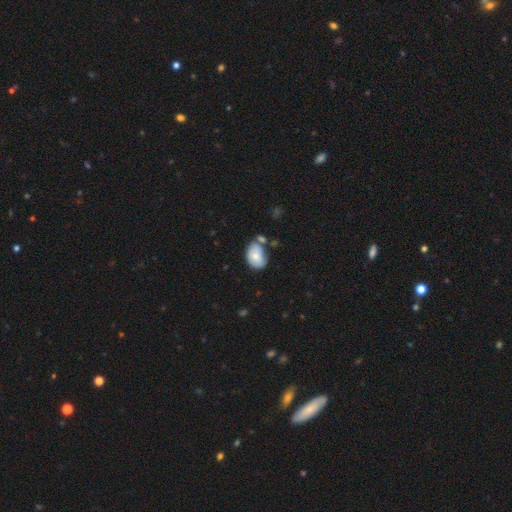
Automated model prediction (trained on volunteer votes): A smooth galaxy with no disk features (70%) that is in between round and cigar-shaped (81%). Merging: none (48%).